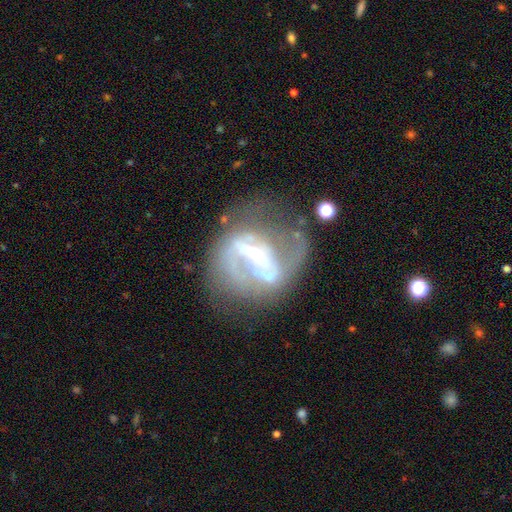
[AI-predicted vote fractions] Morphology: type=featured or disk (76%); edge-on=no (93%); bar=strong (60%); spiral arms=yes (58%); bulge=moderate (36%); merging=none (38%).